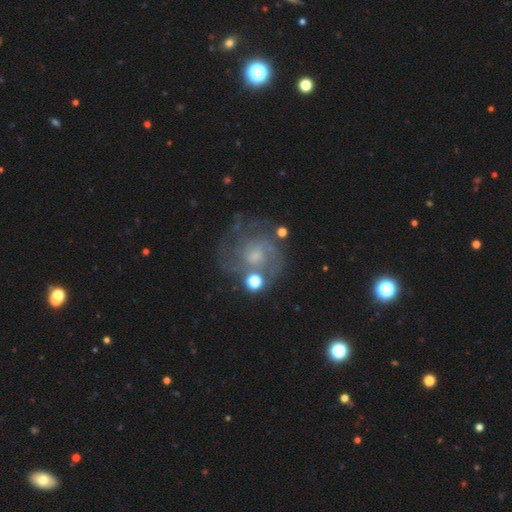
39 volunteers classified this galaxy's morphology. smooth_or_featured: featured or disk (p=0.82) [alt: smooth p=0.10]
disk_edge_on: no (p=1.00)
bar: no (p=0.53) [alt: weak p=0.34]
has_spiral_arms: yes (p=0.94) [alt: no p=0.06]
spiral_winding: medium (p=0.60) [alt: tight p=0.30]
spiral_arm_count: 2 (p=0.40) [tied with: can't tell p=0.40]
bulge_size: moderate (p=0.47) [alt: small p=0.31]
merging: none (p=0.78) [alt: major disturbance p=0.11]